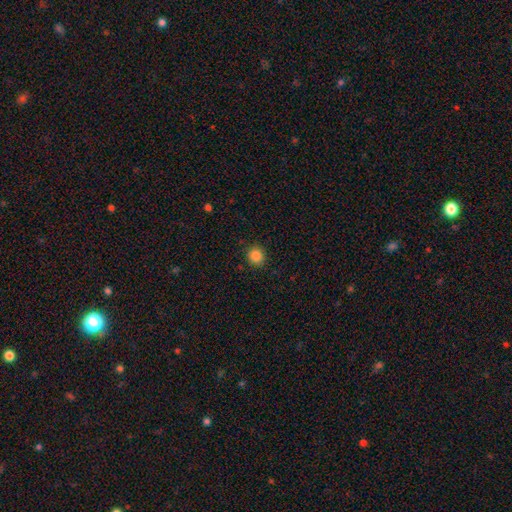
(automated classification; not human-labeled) Q: Smooth or featured?
A: smooth (85%); runner-up: star or artifact (11%)
Q: How rounded?
A: round (87%); runner-up: in between (12%)
Q: Merging?
A: none (91%); runner-up: minor disturbance (6%)